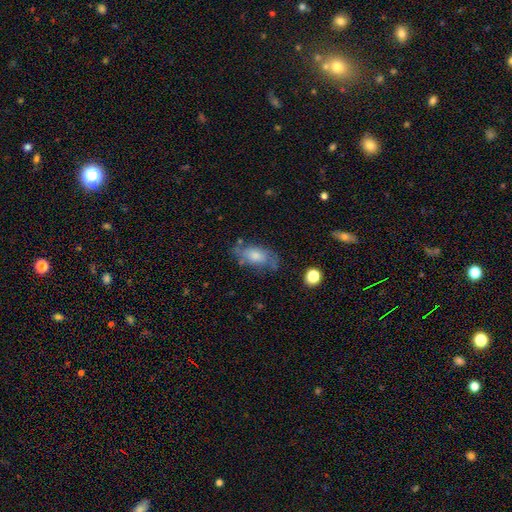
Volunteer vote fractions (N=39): Smooth or featured: featured or disk — 54% (smooth — 38%)
Edge-on disk: no — 76% (yes — 24%)
Bar: no — 81% (weak — 19%)
Spiral arms: yes — 69% (no — 31%)
Spiral winding: tight — 36% (tied with medium — 36%)
Spiral arm count: 2 — 45% (can't tell — 27%)
Bulge size: moderate — 38% (small — 31%)
Merging: none — 53% (minor disturbance — 25%)